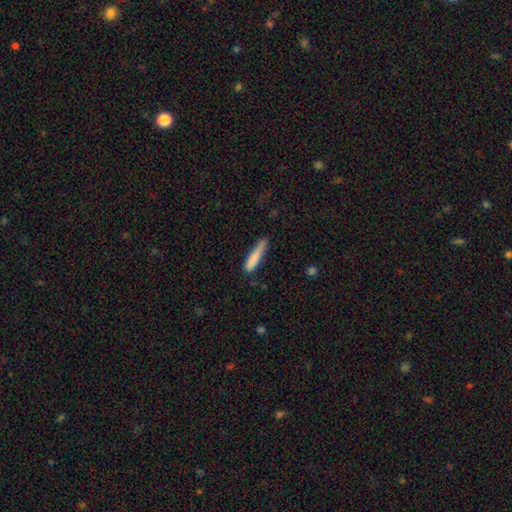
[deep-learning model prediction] Q: Smooth or featured?
A: smooth (82%); runner-up: featured or disk (12%)
Q: How rounded?
A: cigar-shaped (89%); runner-up: in between (10%)
Q: Merging?
A: none (68%); runner-up: minor disturbance (25%)